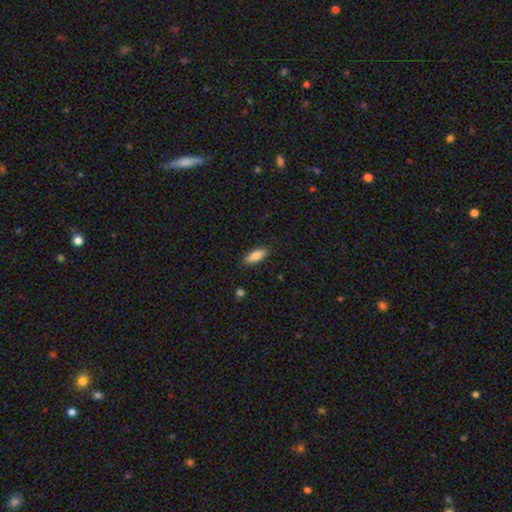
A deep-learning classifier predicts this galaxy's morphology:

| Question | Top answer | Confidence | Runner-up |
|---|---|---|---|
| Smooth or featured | smooth | 85% | featured or disk (9%) |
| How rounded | in between | 73% | cigar-shaped (25%) |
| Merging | none | 87% | minor disturbance (10%) |